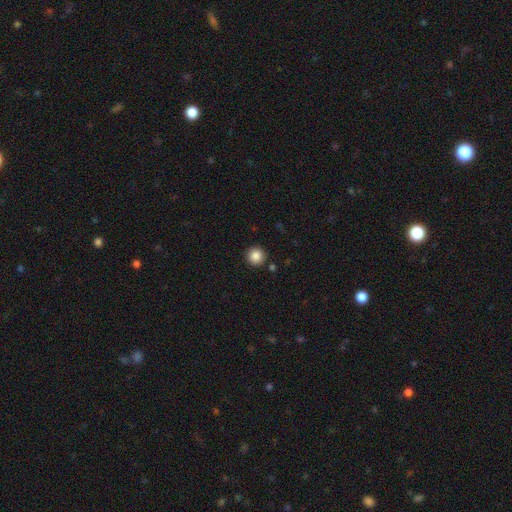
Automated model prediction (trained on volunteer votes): Smooth or featured? smooth (86%)
How rounded? round (95%)
Merging? none (90%)